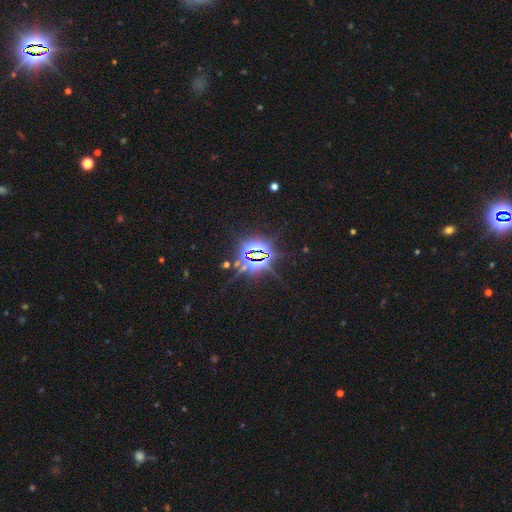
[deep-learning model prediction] Smooth or featured? Predicted: star or artifact (p=0.84).